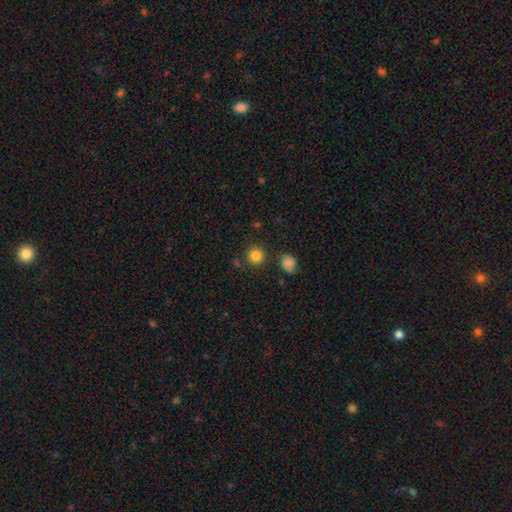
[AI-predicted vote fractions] smooth_or_featured: smooth (p=0.83) [alt: star or artifact p=0.11]
how_rounded: round (p=0.93) [alt: in between p=0.06]
merging: none (p=0.85) [alt: minor disturbance p=0.08]